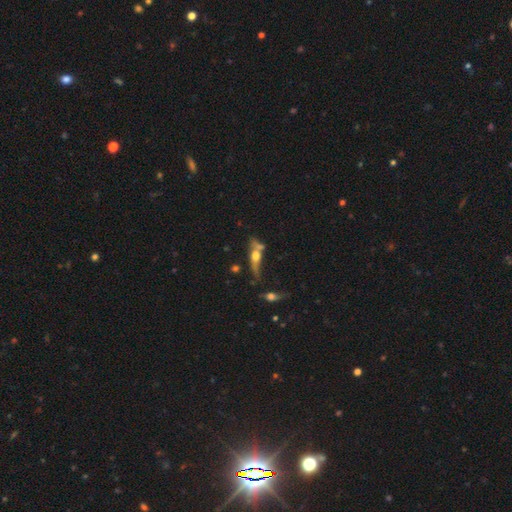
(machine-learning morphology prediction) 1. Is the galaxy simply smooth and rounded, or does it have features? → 60% featured or disk, 31% smooth, 9% star or artifact.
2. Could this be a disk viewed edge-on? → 81% yes, 19% no.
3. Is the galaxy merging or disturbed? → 47% none, 24% merger, 18% minor disturbance, 12% major disturbance.